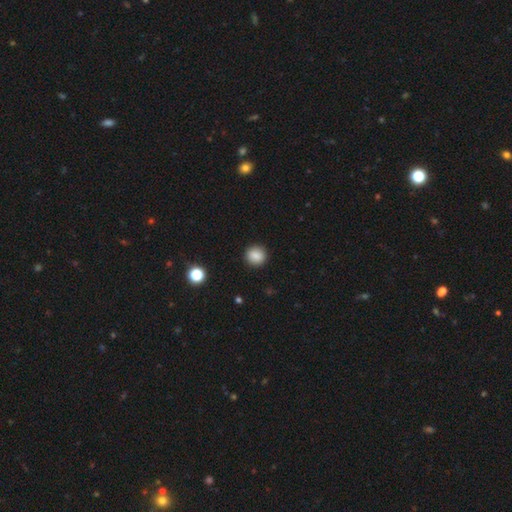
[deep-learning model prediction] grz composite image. It shows a smooth galaxy with no disk features (87%) that is round (90%). Merging: none (91%).